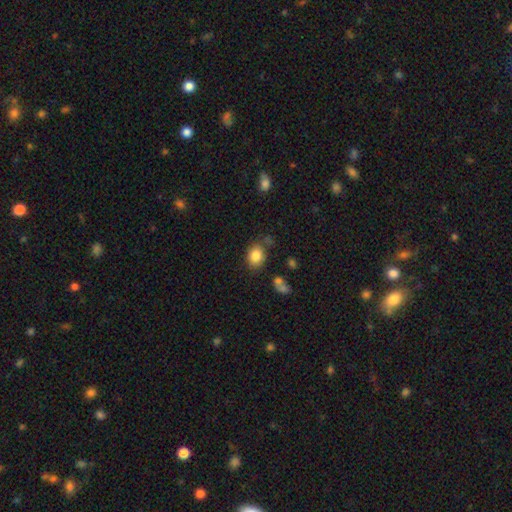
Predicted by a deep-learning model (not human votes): Q: Smooth or featured?
A: smooth (84%); runner-up: star or artifact (9%)
Q: How rounded?
A: in between (54%); runner-up: round (45%)
Q: Merging?
A: none (68%); runner-up: minor disturbance (20%)